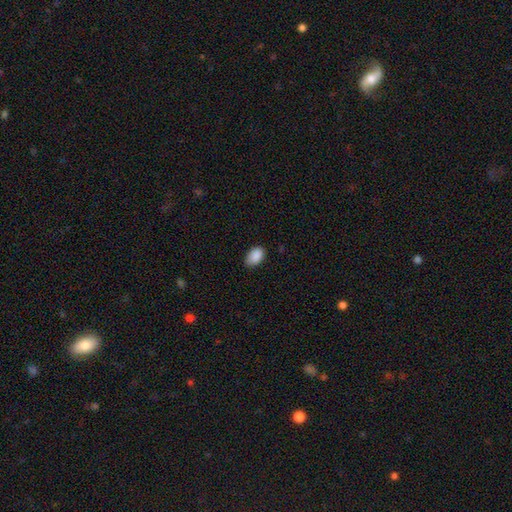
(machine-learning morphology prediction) Overall: smooth (89%). How rounded: in between (90%). Merging: none (74%).